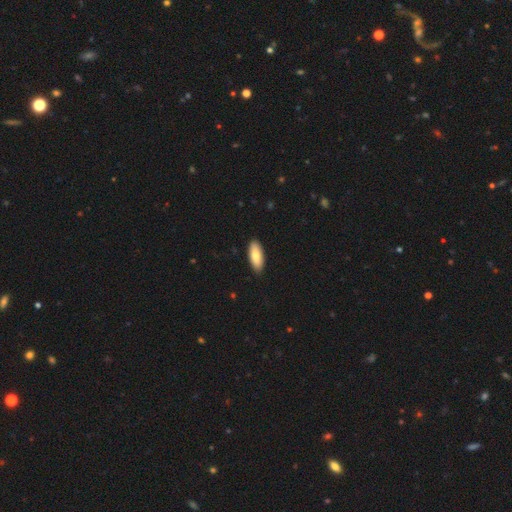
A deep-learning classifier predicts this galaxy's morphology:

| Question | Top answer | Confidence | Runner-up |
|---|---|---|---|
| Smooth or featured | smooth | 81% | featured or disk (14%) |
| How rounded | in between | 79% | cigar-shaped (19%) |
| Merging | none | 89% | minor disturbance (8%) |